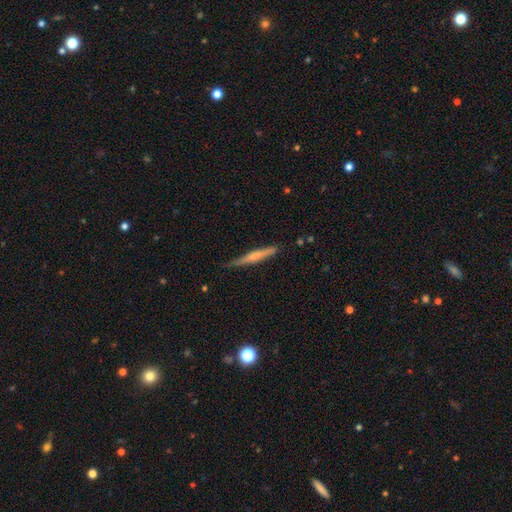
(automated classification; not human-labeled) Smooth or featured? smooth (51%)
How rounded? cigar-shaped (95%)
Merging? none (76%)